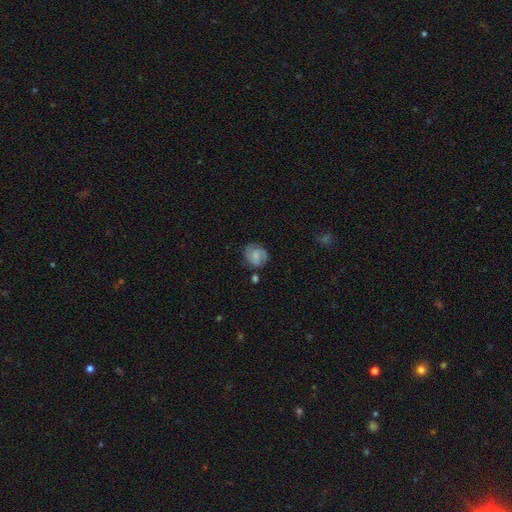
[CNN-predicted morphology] smooth 53%, featured or disk 39%, star or artifact 9%. Down the decision tree: how rounded — round (70%); merging — none (68%).